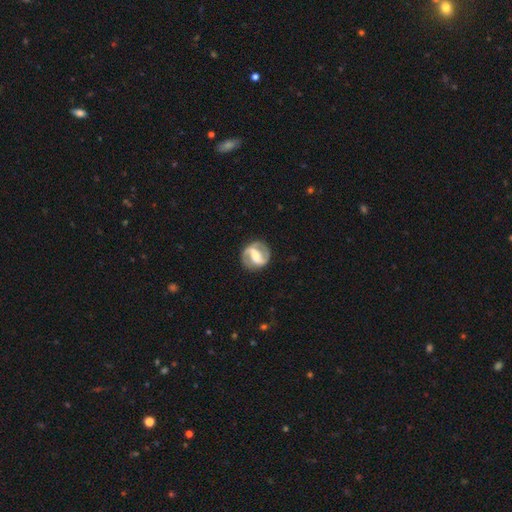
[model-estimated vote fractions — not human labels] Smooth or featured?
  - featured or disk: 83% *
  - smooth: 12%
  - star or artifact: 5%
Edge-on disk?
  - no: 97% *
  - yes: 3%
Bar?
  - strong: 58% *
  - weak: 30%
  - no: 11%
Spiral arms?
  - yes: 91% *
  - no: 9%
Spiral winding?
  - medium: 49% *
  - tight: 31%
  - loose: 20%
Spiral arm count?
  - 2: 91% *
  - can't tell: 4%
  - 1: 2%
  - 3: 1%
  - 4: 1%
  - more than 4: 1%
Bulge size?
  - moderate: 43% *
  - small: 28%
  - large: 17%
  - none: 9%
  - dominant: 2%
Merging?
  - none: 84% *
  - minor disturbance: 10%
  - major disturbance: 4%
  - merger: 1%